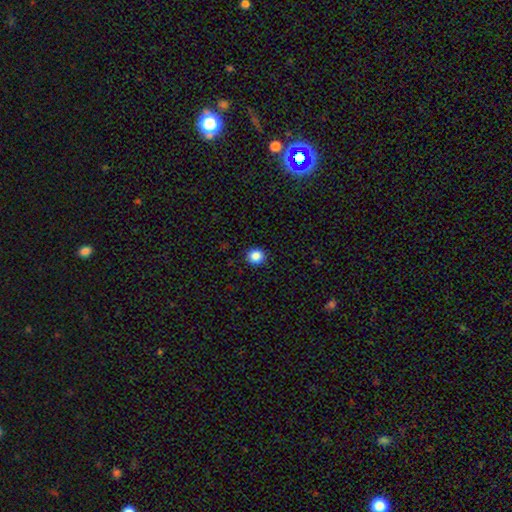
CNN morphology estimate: This is clearly a smooth galaxy (86%). How rounded: clearly round (90%). Merging: clearly none (92%).